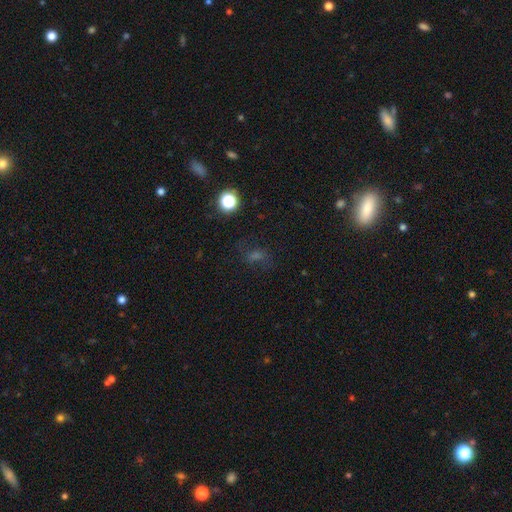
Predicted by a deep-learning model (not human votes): Overall: smooth (40%; star or artifact 38%). Merging: none (67%).